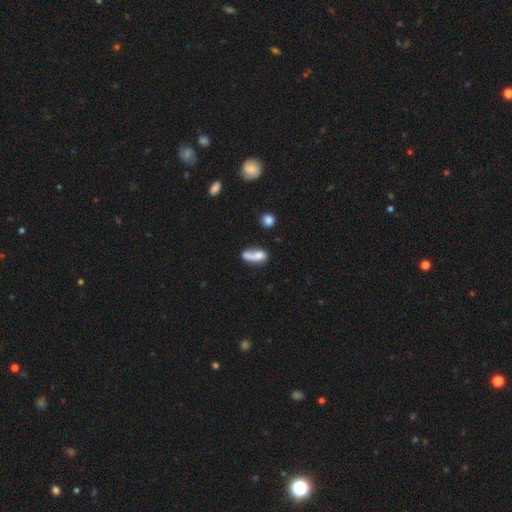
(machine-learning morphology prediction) Smooth or featured?
  - smooth: 65% *
  - featured or disk: 26%
  - star or artifact: 9%
How rounded?
  - in between: 70% *
  - cigar-shaped: 20%
  - round: 10%
Merging?
  - none: 33% *
  - merger: 32%
  - minor disturbance: 18%
  - major disturbance: 18%